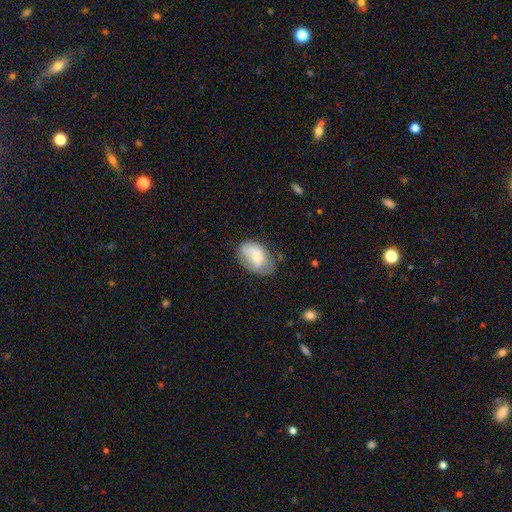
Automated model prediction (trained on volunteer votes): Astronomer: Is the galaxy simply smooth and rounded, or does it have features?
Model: smooth — 64%.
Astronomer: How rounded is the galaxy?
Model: in between — 85%.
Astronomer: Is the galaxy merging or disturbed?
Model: none — 52% (runner-up: minor disturbance, 31%).